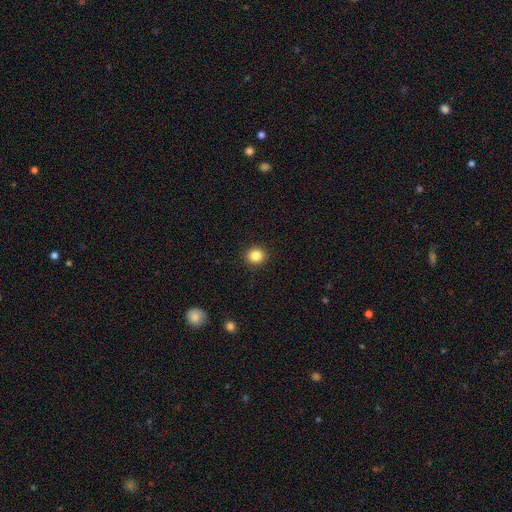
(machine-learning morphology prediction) This appears to be a smooth galaxy with no disk features (85%) that is round (86%). Merging: none (92%).